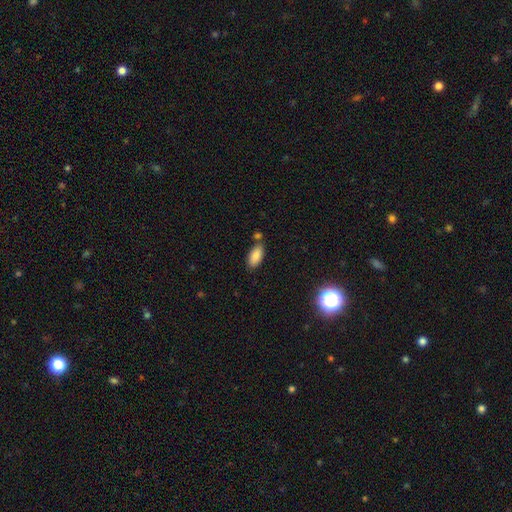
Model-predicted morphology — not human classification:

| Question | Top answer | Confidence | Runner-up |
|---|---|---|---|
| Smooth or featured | smooth | 86% | star or artifact (8%) |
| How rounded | in between | 91% | cigar-shaped (6%) |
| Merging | none | 74% | minor disturbance (13%) |